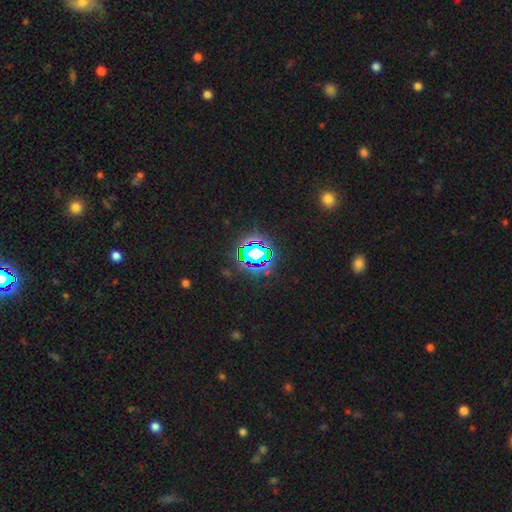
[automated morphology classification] This is likely a star or artifact rather than a galaxy (73%).